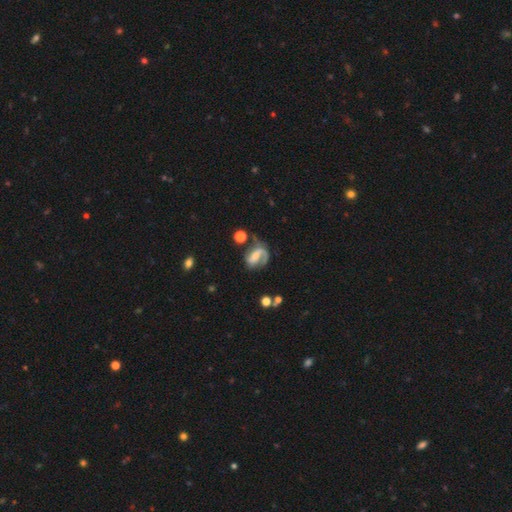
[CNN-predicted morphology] The model was most divided on "spiral arm count": 2: 50%, 1: 41%, can't tell: 6%, 3: 2%, 4: 1%, more than 4: 1%. Remaining: edge-on disk — no (97%); spiral arms — yes (91%); smooth or featured — featured or disk (74%); merging — none (46%); spiral winding — medium (45%); bar — weak (41%); bulge size — small (41%).